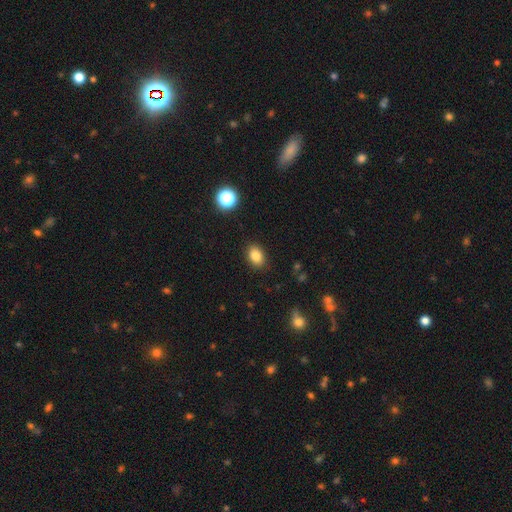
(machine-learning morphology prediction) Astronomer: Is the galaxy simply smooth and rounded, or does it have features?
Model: smooth — 84%.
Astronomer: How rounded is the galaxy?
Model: in between — 78%.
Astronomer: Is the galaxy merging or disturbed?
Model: none — 88%.